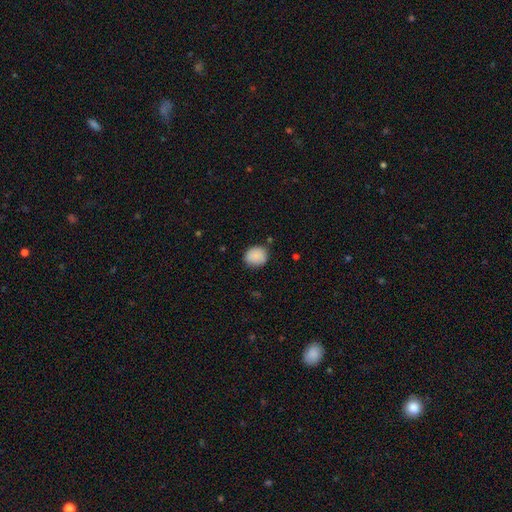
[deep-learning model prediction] This is clearly a smooth galaxy (88%). How rounded: likely round (71%). Merging: likely none (79%).